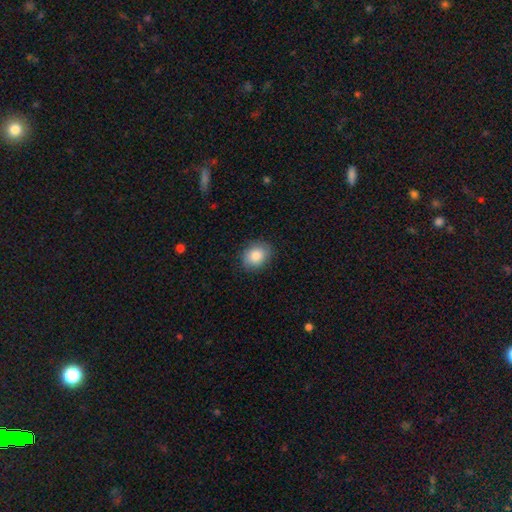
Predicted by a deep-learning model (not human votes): Smooth or featured: smooth — 86% (star or artifact — 8%)
How rounded: in between — 52% (round — 47%)
Merging: none — 87% (minor disturbance — 10%)